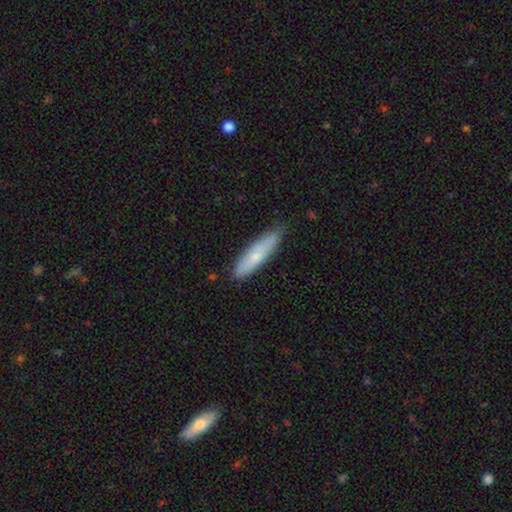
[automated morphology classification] smooth_or_featured: smooth (p=0.68) [alt: featured or disk p=0.27]
how_rounded: cigar-shaped (p=0.75) [alt: in between p=0.23]
merging: none (p=0.78) [alt: minor disturbance p=0.18]